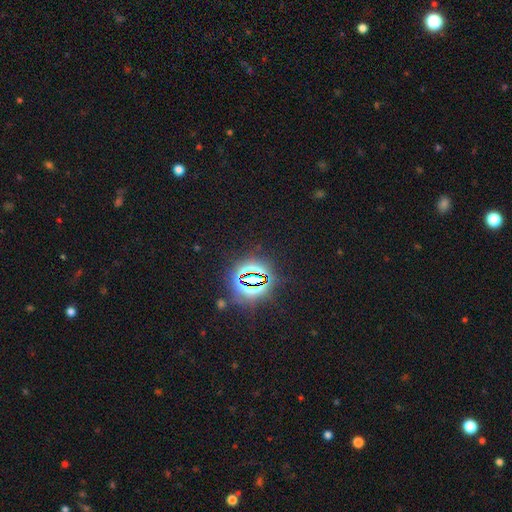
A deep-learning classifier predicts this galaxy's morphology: smooth_or_featured: star or artifact (p=0.85) [alt: smooth p=0.08]